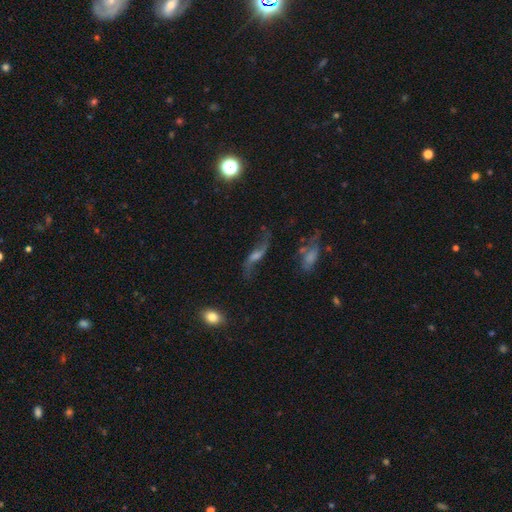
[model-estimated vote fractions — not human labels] Overall: featured or disk (79%). Edge-on disk: no (86%). Bar: weak (42%; no 38%). Spiral arms: yes (93%). Spiral arm count: 2 (92%). Spiral winding: loose (91%). Bulge size: small (34%; moderate 32%). Merging: none (66%).